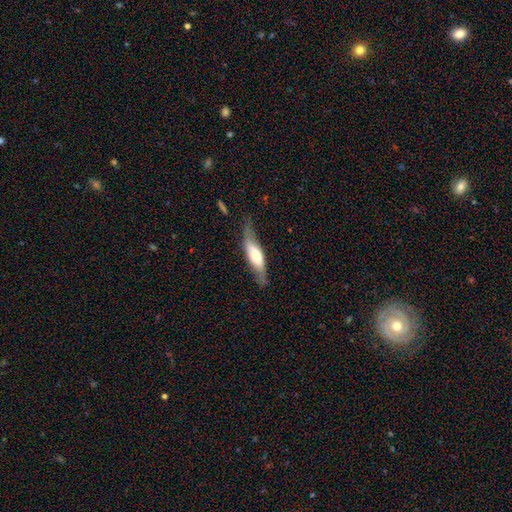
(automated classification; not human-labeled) featured or disk 48%, smooth 46%, star or artifact 6%. Down the decision tree: merging — none (59%).